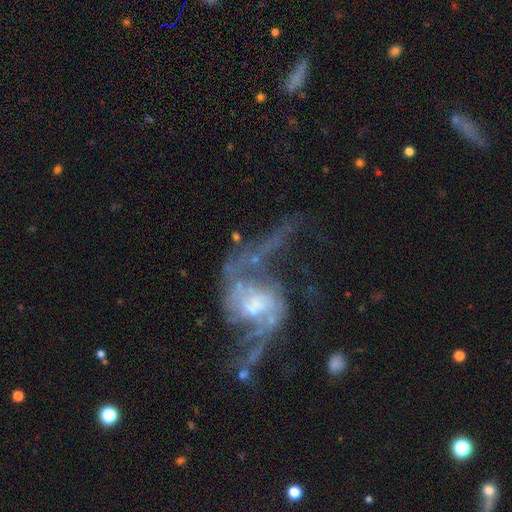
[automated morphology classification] Overall: featured or disk (87%). Edge-on disk: no (96%). Bar: no (44%; weak 40%). Spiral arms: yes (93%). Spiral arm count: 2 (87%). Spiral winding: loose (69%). Bulge size: small (40%; moderate 37%). Merging: none (45%; major disturbance 31%).